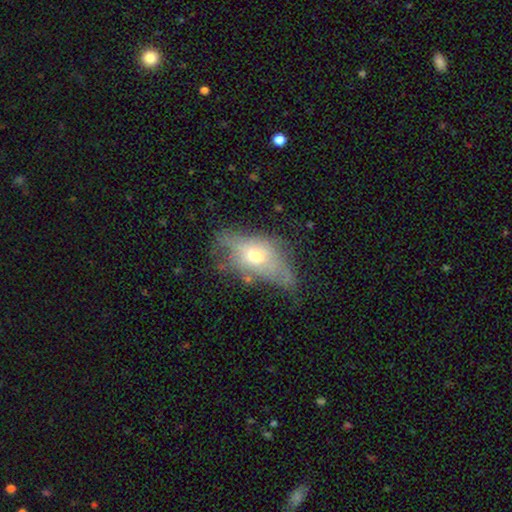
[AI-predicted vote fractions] Morphology: type=smooth (48%); merging=none (43%).